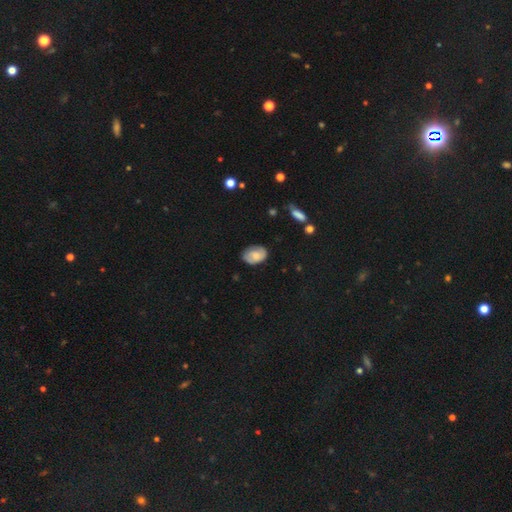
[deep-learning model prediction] Morphology: type=smooth (67%); roundness=in between (82%); merging=none (71%).